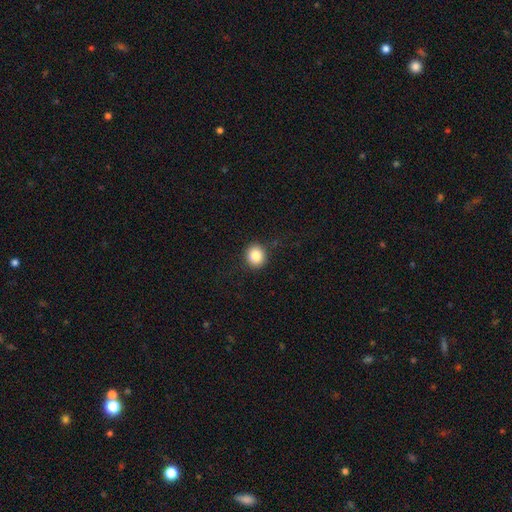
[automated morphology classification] The model was most divided on "how rounded": round: 85%, in between: 14%, cigar-shaped: 1%. More confident: merging — none (89%); smooth or featured — smooth (85%).